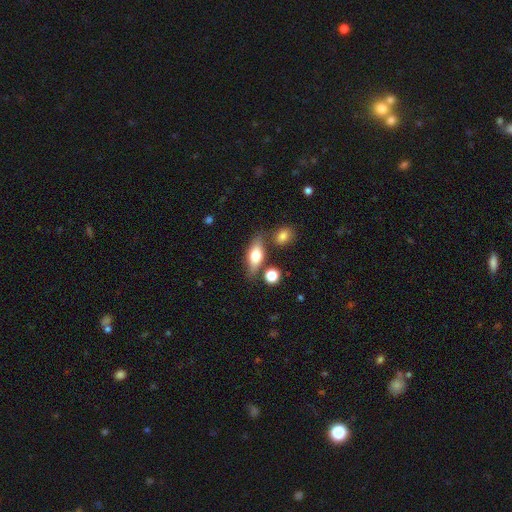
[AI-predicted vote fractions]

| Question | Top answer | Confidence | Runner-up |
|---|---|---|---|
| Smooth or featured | smooth | 64% | featured or disk (29%) |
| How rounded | in between | 72% | cigar-shaped (23%) |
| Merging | none | 70% | minor disturbance (15%) |